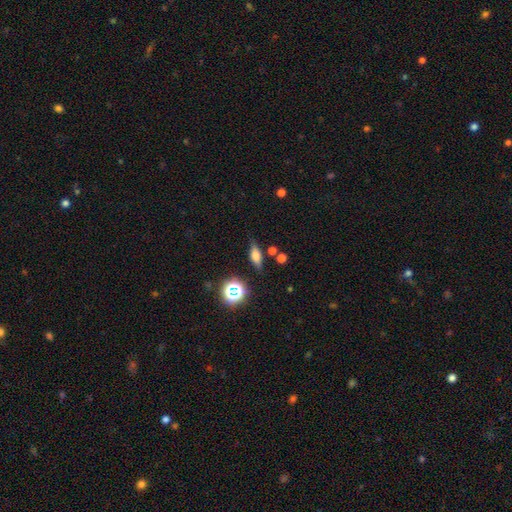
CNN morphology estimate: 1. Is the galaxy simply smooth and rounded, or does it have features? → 58% smooth, 28% featured or disk, 14% star or artifact.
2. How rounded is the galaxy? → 55% in between, 35% cigar-shaped, 10% round.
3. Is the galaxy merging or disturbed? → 76% none, 15% minor disturbance, 5% major disturbance, 5% merger.